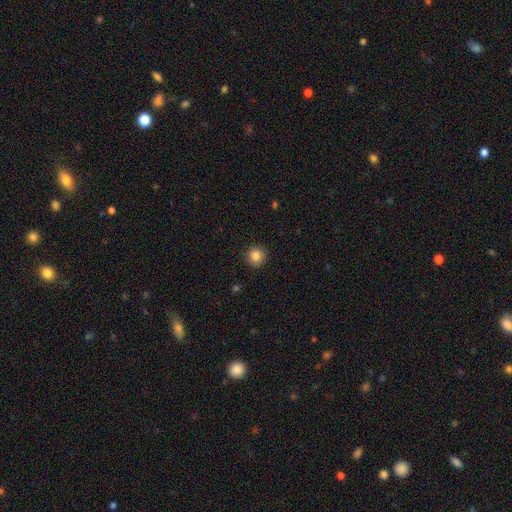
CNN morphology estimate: This is clearly a smooth galaxy (86%). How rounded: clearly round (93%). Merging: clearly none (91%).